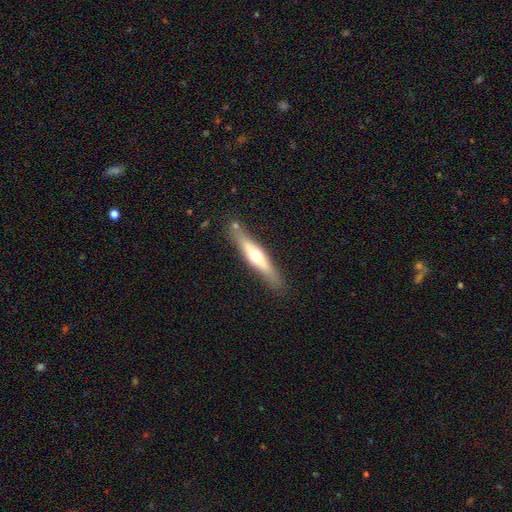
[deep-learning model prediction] A featured or disk galaxy (56%) viewed edge-on (91%) with a rounded central bulge (89%). Merging: none (81%).